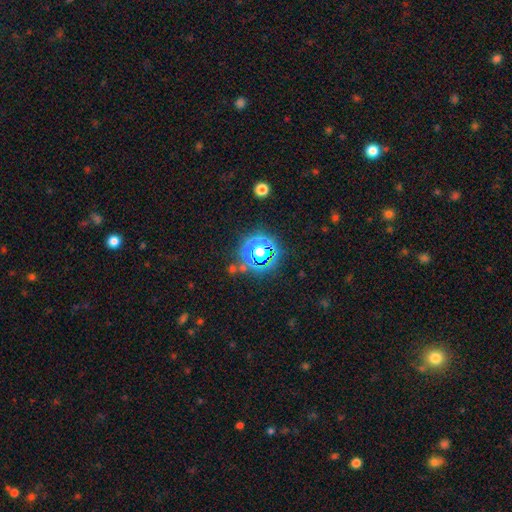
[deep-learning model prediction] Morphology: type=star or artifact (72%).